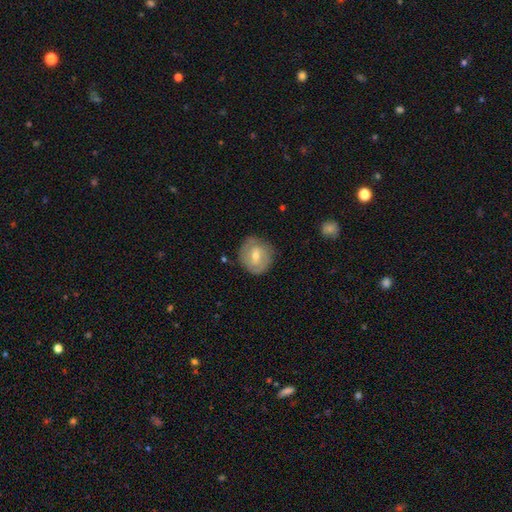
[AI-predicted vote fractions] Q: Smooth or featured?
A: featured or disk (54%); runner-up: smooth (39%)
Q: Edge-on disk?
A: no (96%); runner-up: yes (4%)
Q: Bar?
A: weak (52%); runner-up: no (32%)
Q: Spiral arms?
A: yes (67%); runner-up: no (33%)
Q: Bulge size?
A: moderate (55%); runner-up: small (41%)
Q: Merging?
A: none (77%); runner-up: minor disturbance (17%)